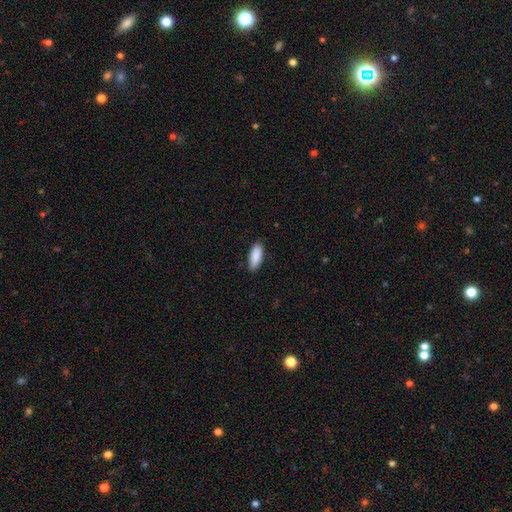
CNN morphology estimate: A smooth galaxy with no disk features (90%) that is in between round and cigar-shaped (81%).

Vote fractions:
- Smooth or featured? smooth: 90% / star or artifact: 6% / featured or disk: 4%
- How rounded? in between: 81% / cigar-shaped: 18% / round: 2%
- Merging? none: 86% / minor disturbance: 11% / major disturbance: 2% / merger: 1%